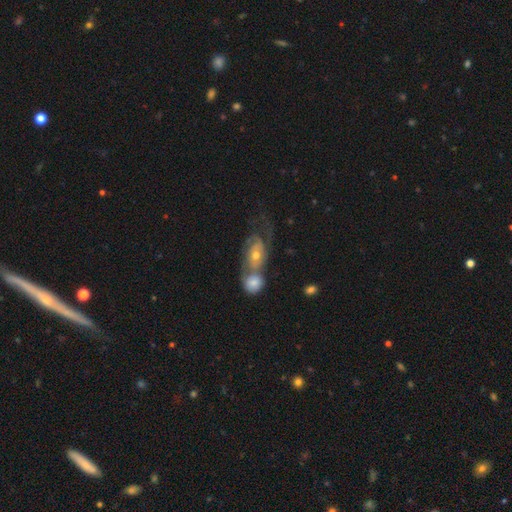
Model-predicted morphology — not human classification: Q: Smooth or featured?
A: featured or disk (71%); runner-up: smooth (20%)
Q: Edge-on disk?
A: no (95%); runner-up: yes (5%)
Q: Bar?
A: no (70%); runner-up: weak (24%)
Q: Spiral arms?
A: yes (86%); runner-up: no (14%)
Q: Spiral winding?
A: tight (45%); runner-up: medium (38%)
Q: Spiral arm count?
A: 2 (54%); runner-up: can't tell (25%)
Q: Bulge size?
A: moderate (53%); runner-up: small (41%)
Q: Merging?
A: merger (60%); runner-up: none (22%)